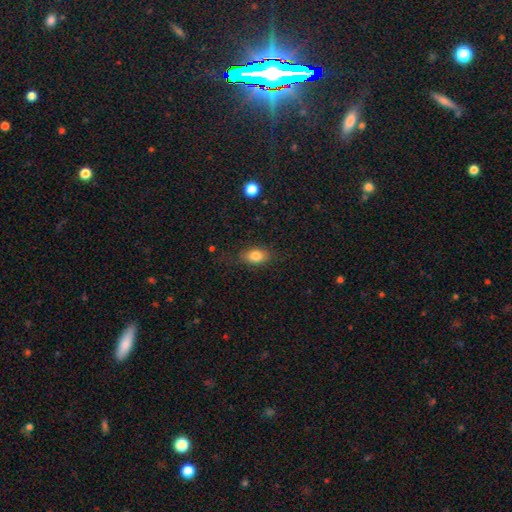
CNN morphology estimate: Q: Smooth or featured?
A: smooth (80%); runner-up: featured or disk (11%)
Q: How rounded?
A: in between (81%); runner-up: round (13%)
Q: Merging?
A: none (78%); runner-up: minor disturbance (16%)